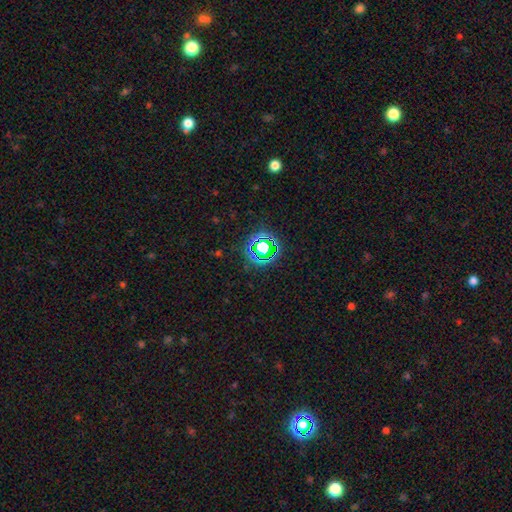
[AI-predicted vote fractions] Smooth or featured: star or artifact — 77% (smooth — 16%)